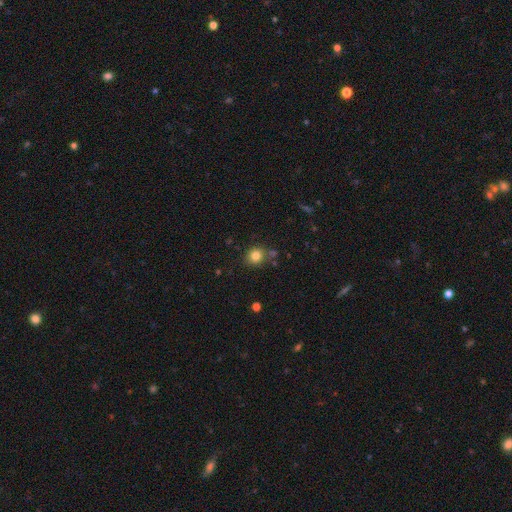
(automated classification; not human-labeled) smooth-or-featured: smooth: 82% | star or artifact: 12% | featured or disk: 6%
  how-rounded: round: 81% | in between: 18% | cigar-shaped: 1%
  merging: none: 78% | minor disturbance: 12% | merger: 7% | major disturbance: 3%